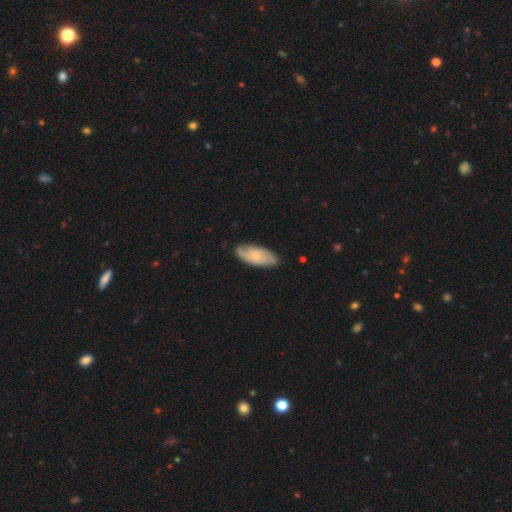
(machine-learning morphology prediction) This appears to be a smooth galaxy with no disk features (57%) that is in between round and cigar-shaped (83%). Merging: none (79%).